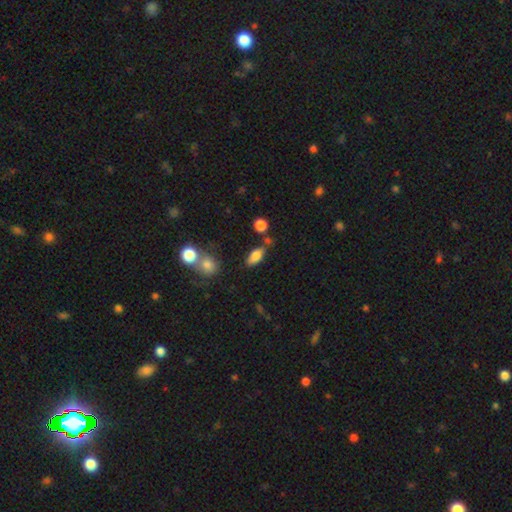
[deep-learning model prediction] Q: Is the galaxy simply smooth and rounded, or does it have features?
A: smooth — 79%.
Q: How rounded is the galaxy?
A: in between — 83%.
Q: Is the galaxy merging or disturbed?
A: none — 68%.